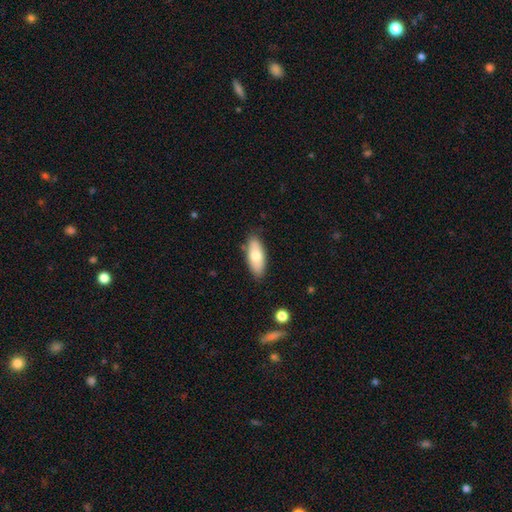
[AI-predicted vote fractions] smooth_or_featured: smooth (p=0.72) [alt: featured or disk p=0.21]
how_rounded: in between (p=0.82) [alt: cigar-shaped p=0.16]
merging: none (p=0.84) [alt: minor disturbance p=0.12]